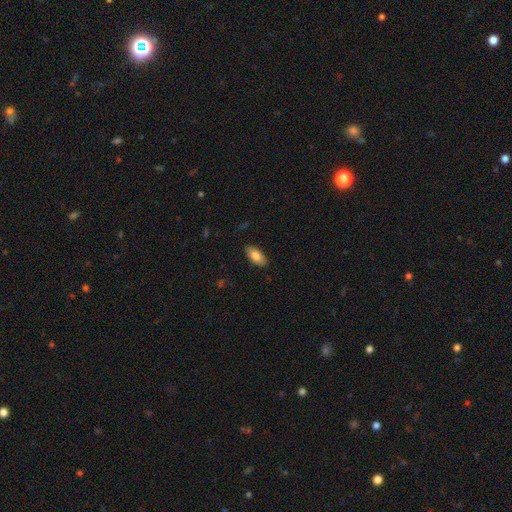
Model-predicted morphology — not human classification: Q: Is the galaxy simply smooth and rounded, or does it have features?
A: smooth — 84%.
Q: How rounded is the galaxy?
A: in between — 90%.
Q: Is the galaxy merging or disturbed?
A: none — 88%.